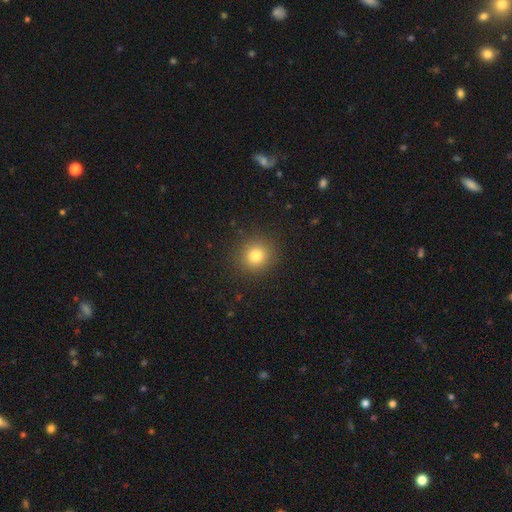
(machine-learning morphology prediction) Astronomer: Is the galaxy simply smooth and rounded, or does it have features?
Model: smooth — 80%.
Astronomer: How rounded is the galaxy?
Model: round — 90%.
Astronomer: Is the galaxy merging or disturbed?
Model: none — 90%.